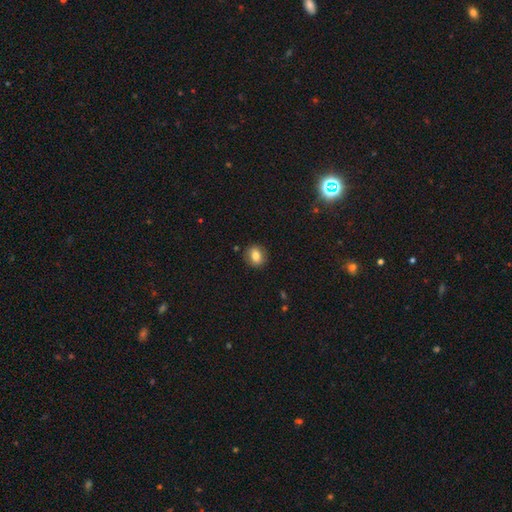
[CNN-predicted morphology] A smooth galaxy with no disk features (76%) that is round (64%).

Vote fractions:
- Smooth or featured? smooth: 76% / featured or disk: 15% / star or artifact: 9%
- How rounded? round: 64% / in between: 34% / cigar-shaped: 1%
- Merging? none: 87% / minor disturbance: 9% / major disturbance: 3% / merger: 1%